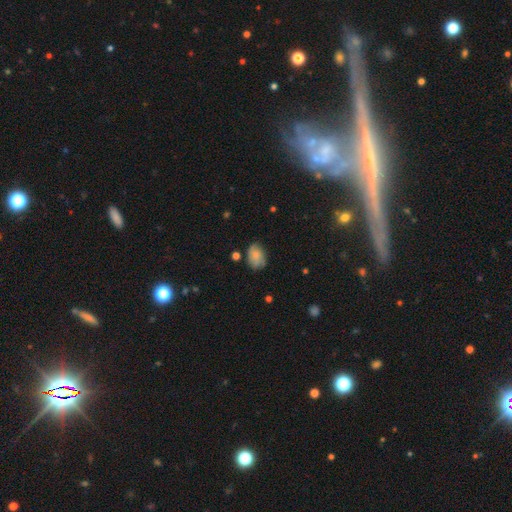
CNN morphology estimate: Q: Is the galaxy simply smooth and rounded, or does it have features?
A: smooth — 69%.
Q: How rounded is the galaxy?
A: in between — 77%.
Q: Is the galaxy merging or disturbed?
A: none — 69%.